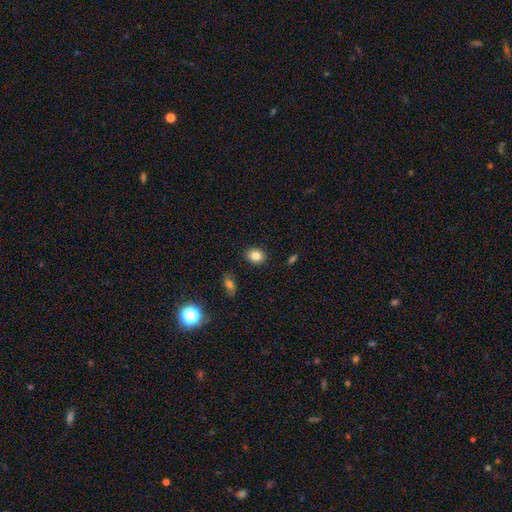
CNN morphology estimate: A smooth galaxy with no disk features (84%) that is round (51%).

Vote fractions:
- Smooth or featured? smooth: 84% / star or artifact: 10% / featured or disk: 6%
- How rounded? round: 51% / in between: 48% / cigar-shaped: 1%
- Merging? none: 89% / minor disturbance: 7% / major disturbance: 2% / merger: 2%